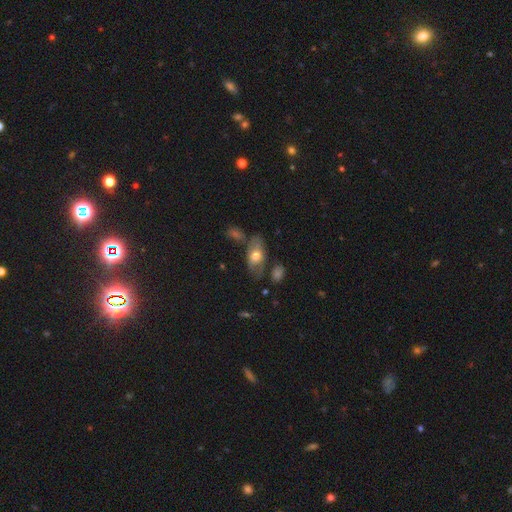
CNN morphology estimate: The model was most divided on "smooth or featured": smooth: 56%, featured or disk: 37%, star or artifact: 7%. More confident: how rounded — in between (87%); merging — none (59%).